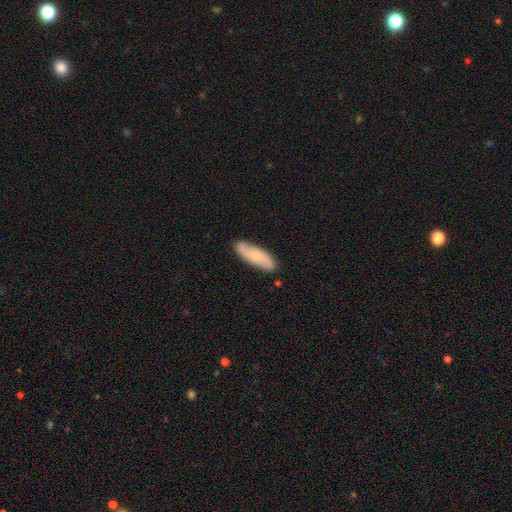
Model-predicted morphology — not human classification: Smooth or featured?
  - smooth: 48% *
  - featured or disk: 46%
  - star or artifact: 6%
Merging?
  - none: 84% *
  - minor disturbance: 12%
  - major disturbance: 2%
  - merger: 2%